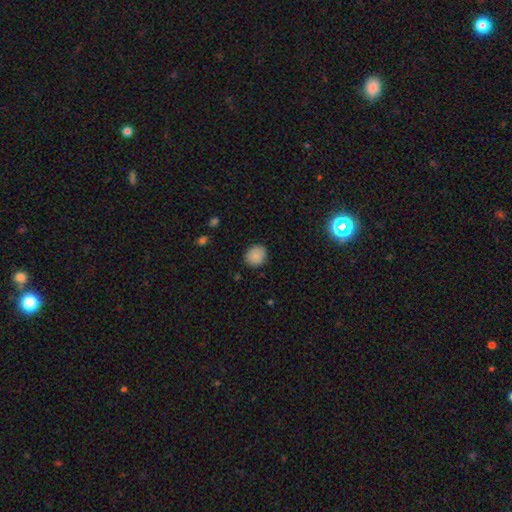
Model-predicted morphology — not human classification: smooth 85%, star or artifact 9%, featured or disk 6%. Down the decision tree: how rounded — round (80%); merging — none (85%).